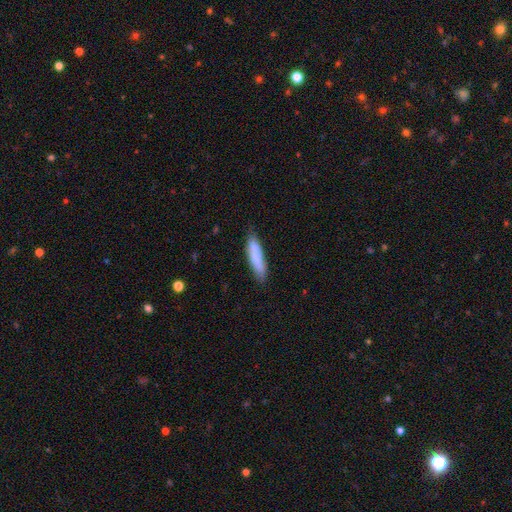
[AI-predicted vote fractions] The model was most divided on "how rounded": cigar-shaped: 73%, in between: 26%, round: 1%. More confident: smooth or featured — smooth (82%); merging — none (78%).